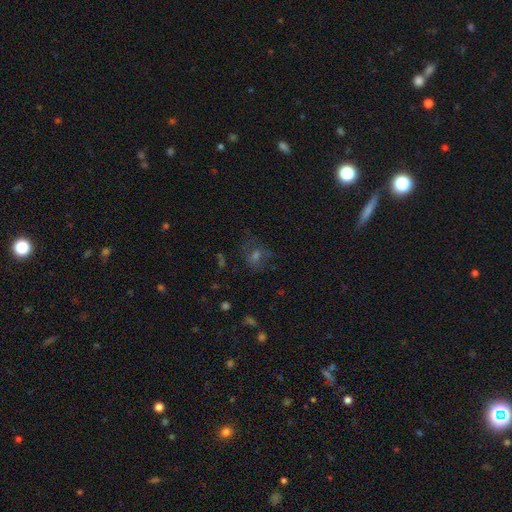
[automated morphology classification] This appears to be a smooth galaxy with no disk features (38%). Merging: none (61%).